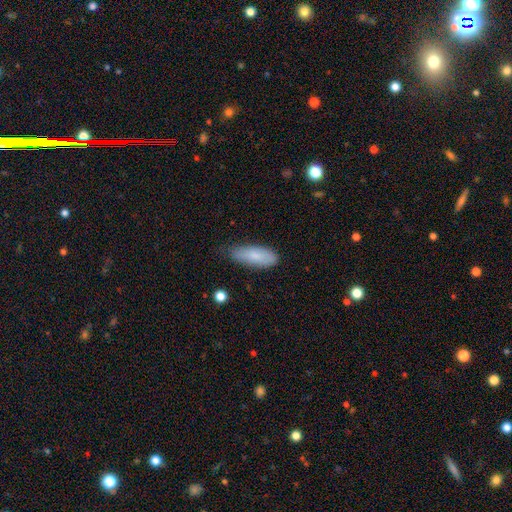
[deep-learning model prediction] Morphology: type=smooth (82%); roundness=in between (70%); merging=none (64%).